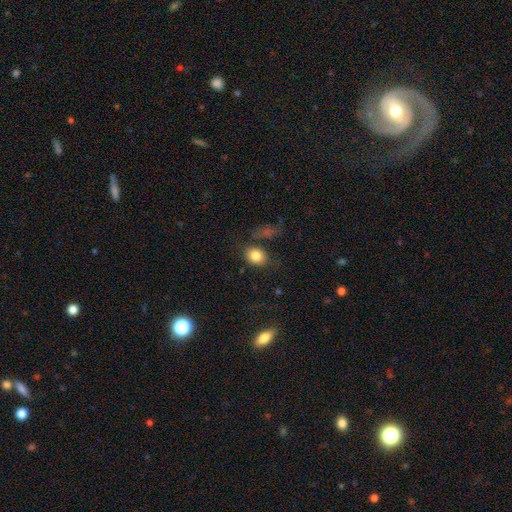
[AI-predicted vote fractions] smooth_or_featured: smooth (p=0.82) [alt: star or artifact p=0.10]
how_rounded: round (p=0.56) [alt: in between p=0.43]
merging: none (p=0.70) [alt: minor disturbance p=0.16]